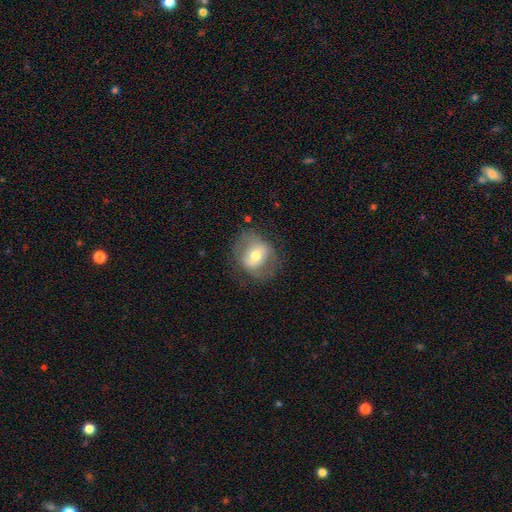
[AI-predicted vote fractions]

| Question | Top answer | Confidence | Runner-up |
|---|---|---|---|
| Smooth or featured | smooth | 52% | featured or disk (40%) |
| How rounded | round | 62% | in between (37%) |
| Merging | none | 65% | minor disturbance (20%) |